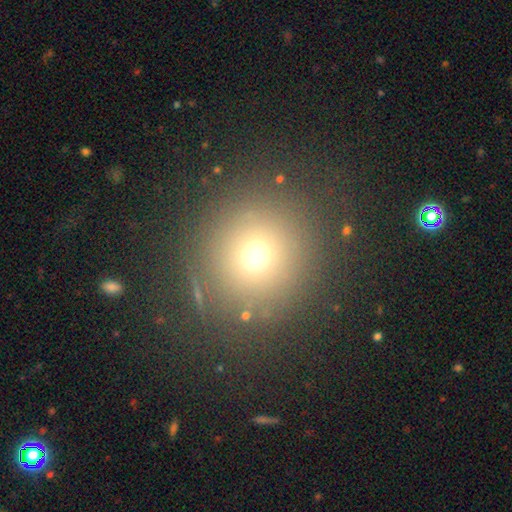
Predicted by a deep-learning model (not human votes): A smooth galaxy with no disk features (68%) that is round (93%). Merging: none (85%).